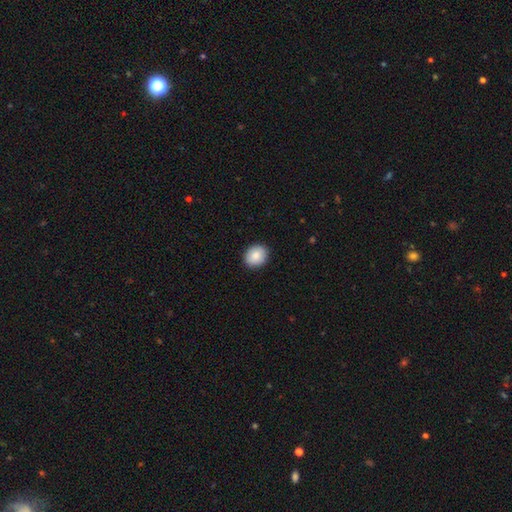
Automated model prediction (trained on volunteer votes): smooth-or-featured: smooth: 87% | star or artifact: 7% | featured or disk: 6%
  how-rounded: round: 61% | in between: 39% | cigar-shaped: 1%
  merging: none: 90% | minor disturbance: 7% | major disturbance: 2% | merger: 1%